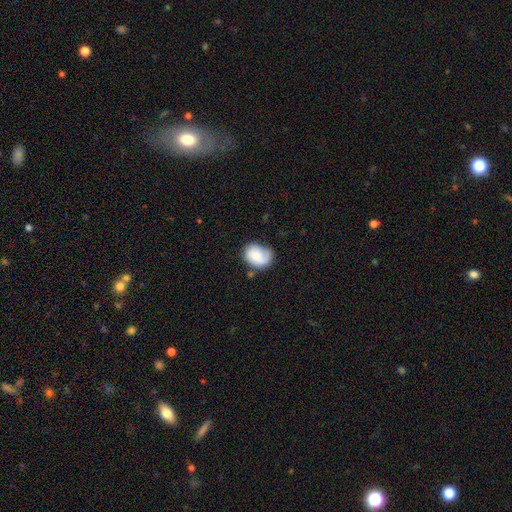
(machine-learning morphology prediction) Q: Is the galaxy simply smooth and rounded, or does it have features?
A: smooth — 68%.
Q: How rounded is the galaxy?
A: in between — 61%.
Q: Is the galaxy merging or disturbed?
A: none — 50%.